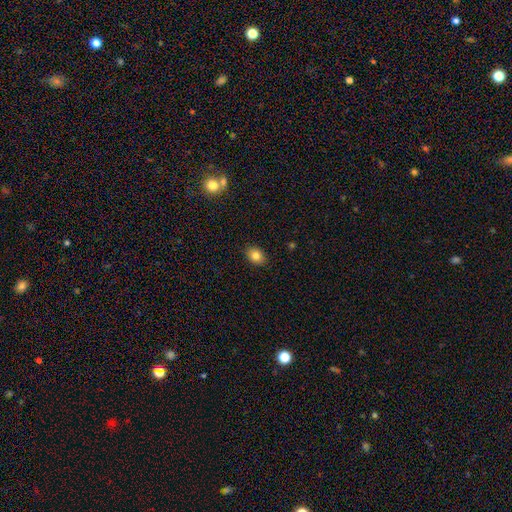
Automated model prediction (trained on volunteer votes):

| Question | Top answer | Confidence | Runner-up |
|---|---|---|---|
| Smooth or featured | smooth | 82% | star or artifact (10%) |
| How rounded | in between | 64% | round (35%) |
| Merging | none | 89% | minor disturbance (8%) |